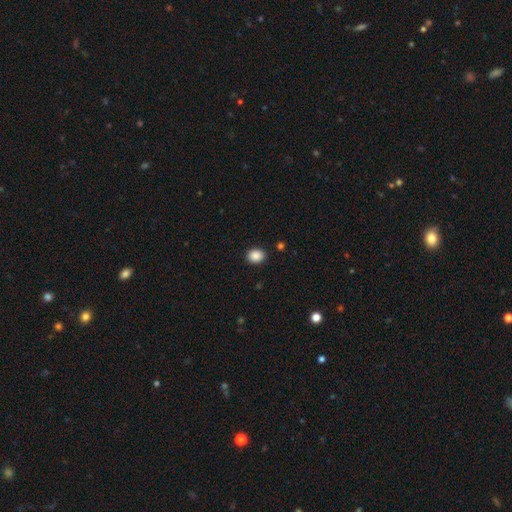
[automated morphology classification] smooth-or-featured: smooth: 89% | star or artifact: 8% | featured or disk: 3%
  how-rounded: round: 51% | in between: 48% | cigar-shaped: 1%
  merging: none: 90% | minor disturbance: 7% | major disturbance: 2% | merger: 1%